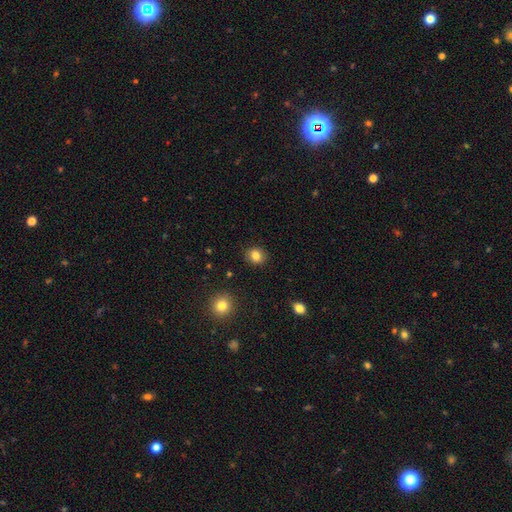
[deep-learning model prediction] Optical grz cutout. It shows a smooth galaxy with no disk features (83%) that is round (75%). Merging: none (90%).